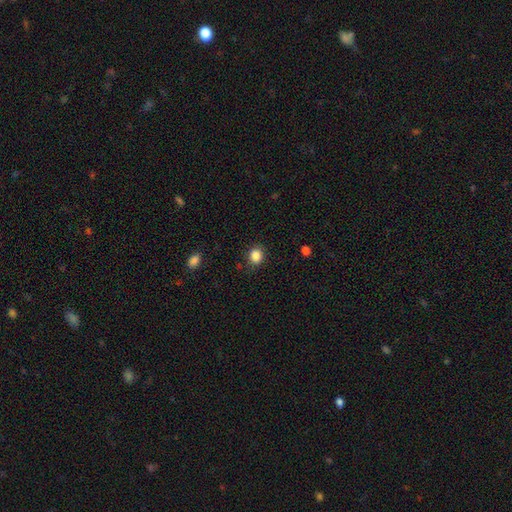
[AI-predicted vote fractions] Morphology: type=smooth (86%); roundness=round (64%); merging=none (85%).